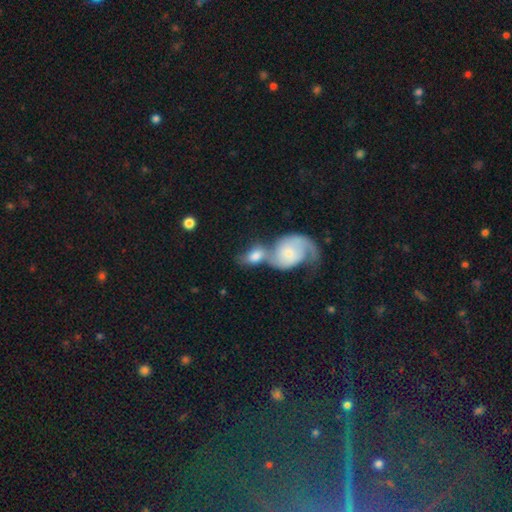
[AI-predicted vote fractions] This appears to be a smooth galaxy with no disk features (48%). Merging: merger (67%).